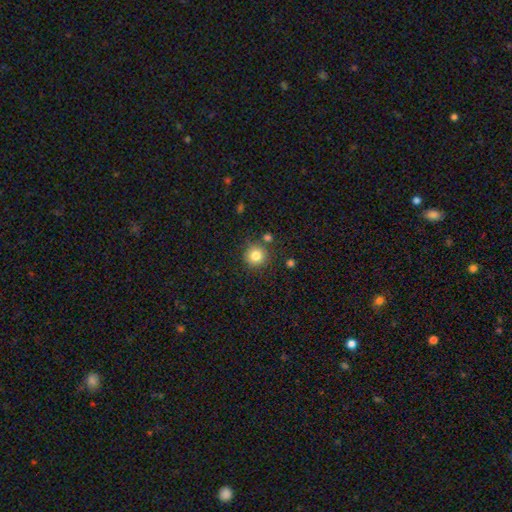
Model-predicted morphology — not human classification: Smooth or featured: smooth — 81% (star or artifact — 11%)
How rounded: round — 94% (in between — 5%)
Merging: none — 83% (minor disturbance — 9%)